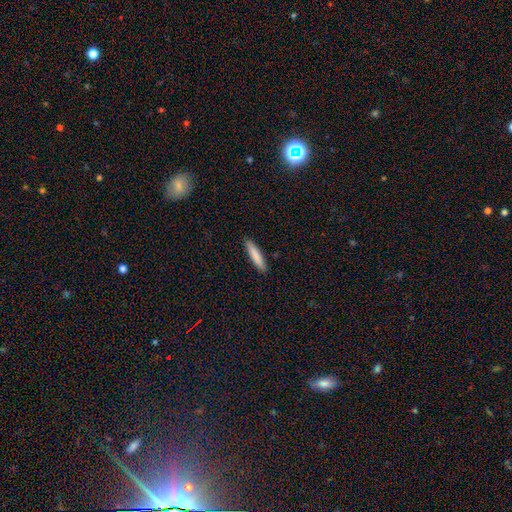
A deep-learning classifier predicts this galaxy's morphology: Smooth or featured? smooth (84%)
How rounded? cigar-shaped (86%)
Merging? none (91%)